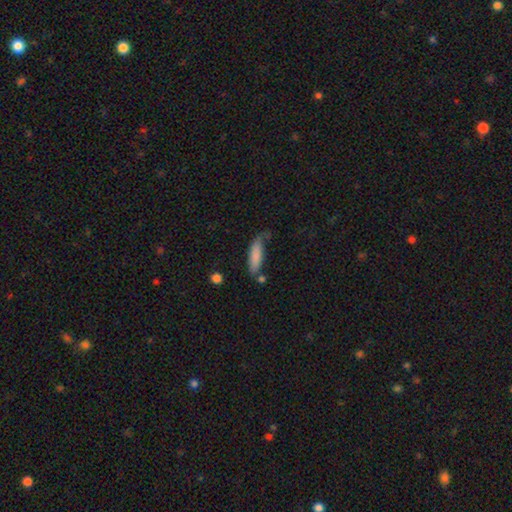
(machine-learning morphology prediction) Smooth or featured? Predicted: smooth (p=0.81). How rounded? Predicted: cigar-shaped (p=0.58). Merging? Predicted: none (p=0.50).